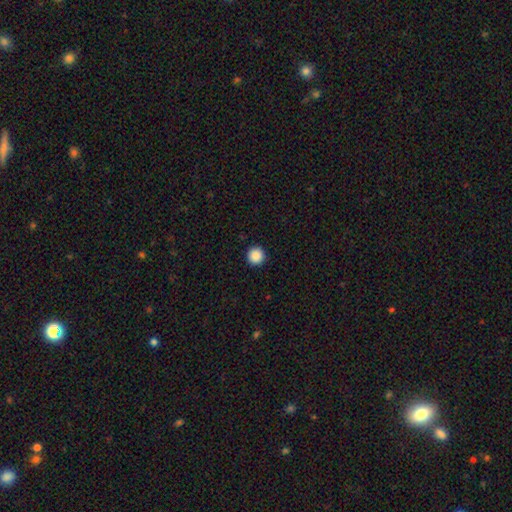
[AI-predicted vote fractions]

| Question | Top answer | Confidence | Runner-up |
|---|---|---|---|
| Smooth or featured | smooth | 89% | star or artifact (9%) |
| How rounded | round | 96% | in between (3%) |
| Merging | none | 93% | minor disturbance (4%) |